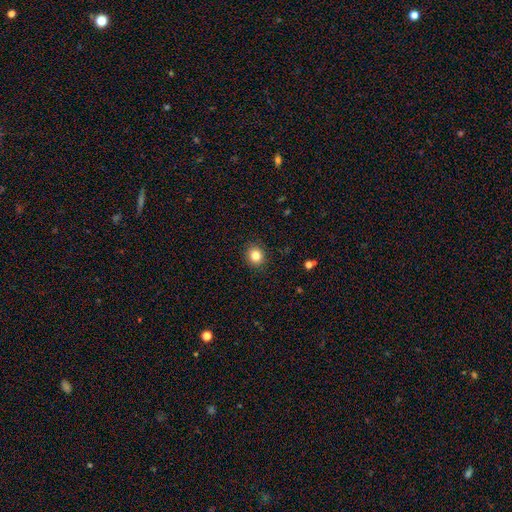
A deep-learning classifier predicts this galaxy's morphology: The model was most divided on "how rounded": round: 79%, in between: 20%, cigar-shaped: 1%. More confident: merging — none (90%); smooth or featured — smooth (84%).